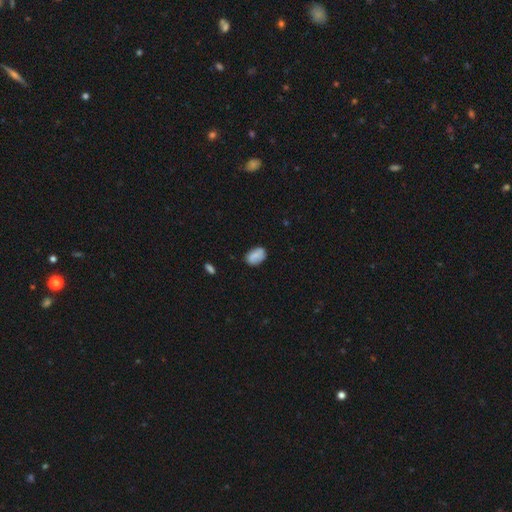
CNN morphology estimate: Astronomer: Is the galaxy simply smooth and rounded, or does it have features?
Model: smooth — 77%.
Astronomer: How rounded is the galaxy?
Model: in between — 87%.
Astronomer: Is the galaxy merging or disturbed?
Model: none — 79%.